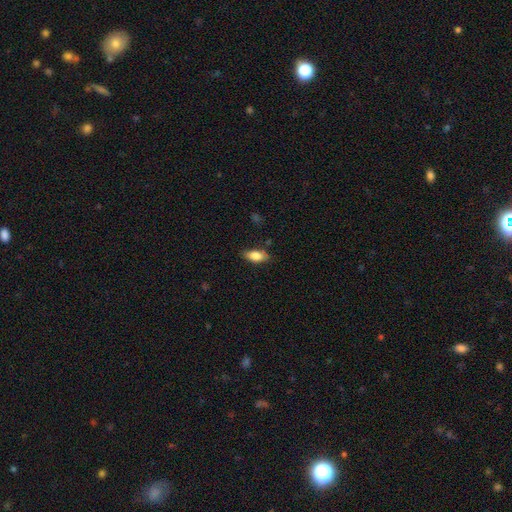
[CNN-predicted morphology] This appears to be a smooth galaxy with no disk features (83%) that is in between round and cigar-shaped (87%). Merging: none (77%).